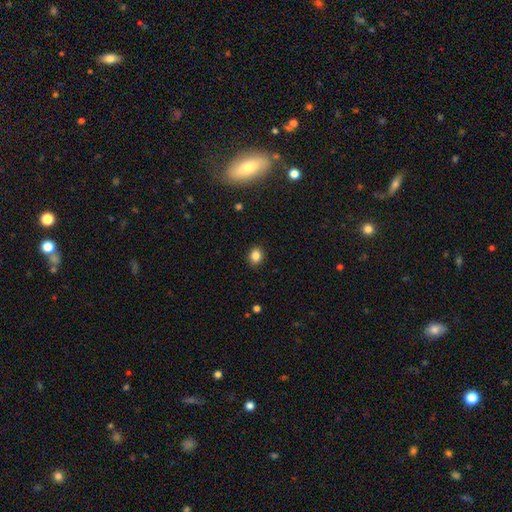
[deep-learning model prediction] Smooth or featured? Predicted: smooth (p=0.84). How rounded? Predicted: round (p=0.57). Merging? Predicted: none (p=0.90).